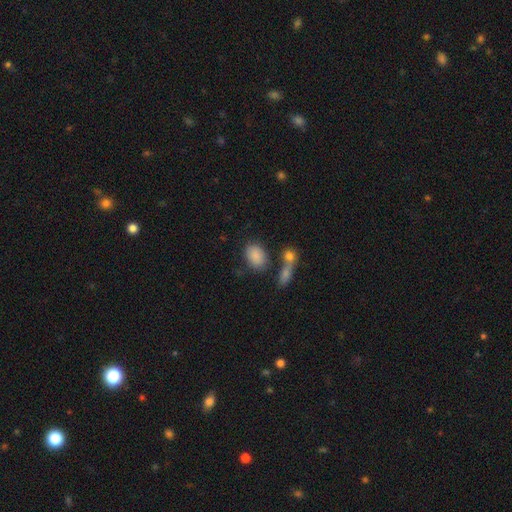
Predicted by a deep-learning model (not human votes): Smooth or featured? smooth (86%)
How rounded? in between (80%)
Merging? none (63%)